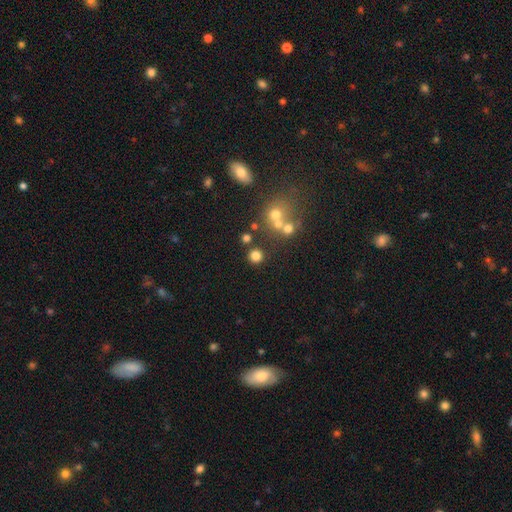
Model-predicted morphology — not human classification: The model was most divided on "smooth or featured": smooth: 77%, star or artifact: 16%, featured or disk: 8%. More confident: how rounded — round (92%); merging — none (81%).